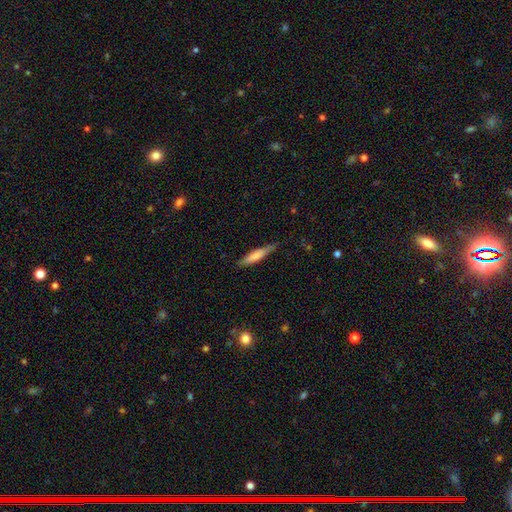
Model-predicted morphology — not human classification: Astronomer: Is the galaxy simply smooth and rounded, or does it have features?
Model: smooth — 71%.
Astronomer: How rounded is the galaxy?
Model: cigar-shaped — 85%.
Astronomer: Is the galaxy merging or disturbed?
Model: none — 78%.